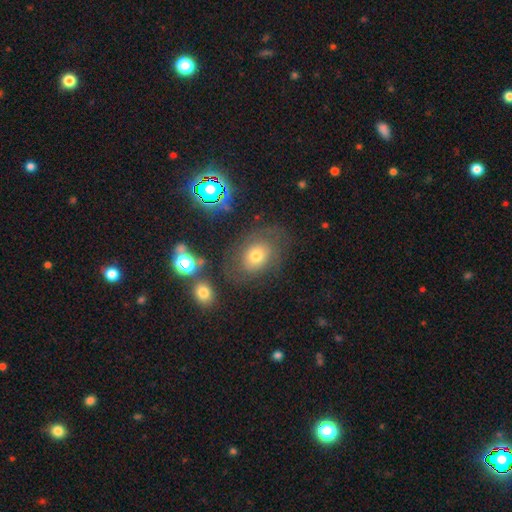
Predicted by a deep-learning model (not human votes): Smooth or featured? smooth (53%)
How rounded? in between (54%)
Merging? none (64%)